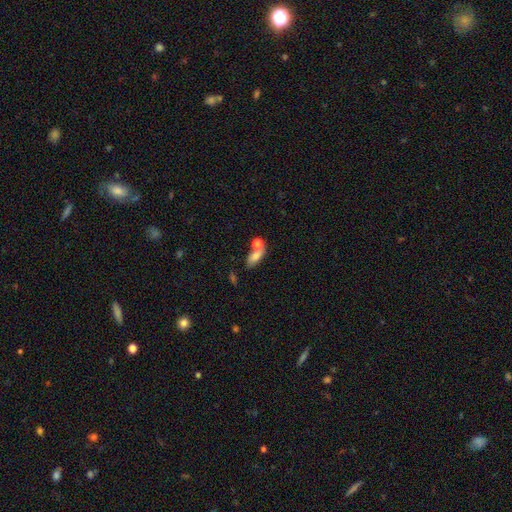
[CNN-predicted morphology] type=smooth (72%); roundness=in between (79%); merging=none (44%).